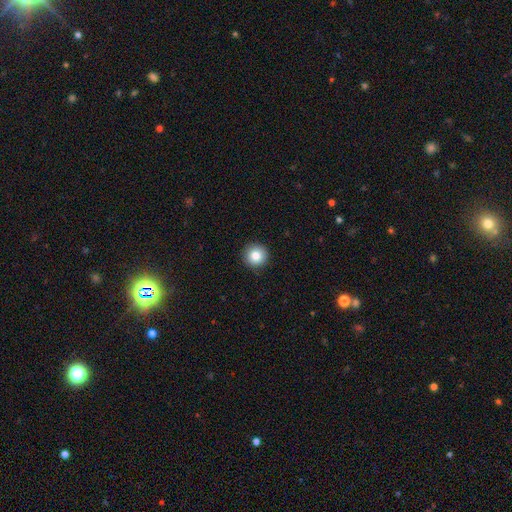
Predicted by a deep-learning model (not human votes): Overall: smooth (83%). How rounded: round (96%). Merging: none (92%).